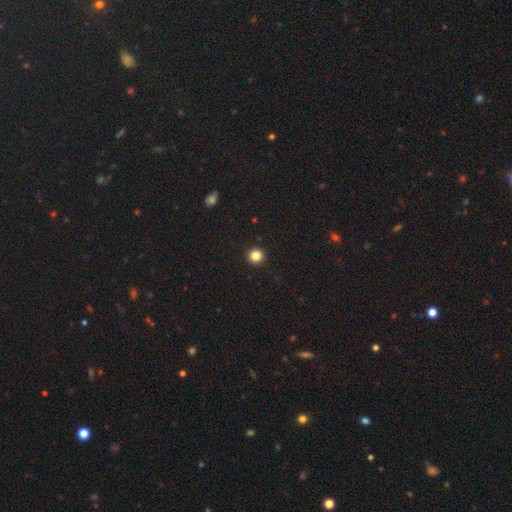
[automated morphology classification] This is clearly a smooth galaxy (84%). How rounded: clearly round (96%). Merging: clearly none (94%).